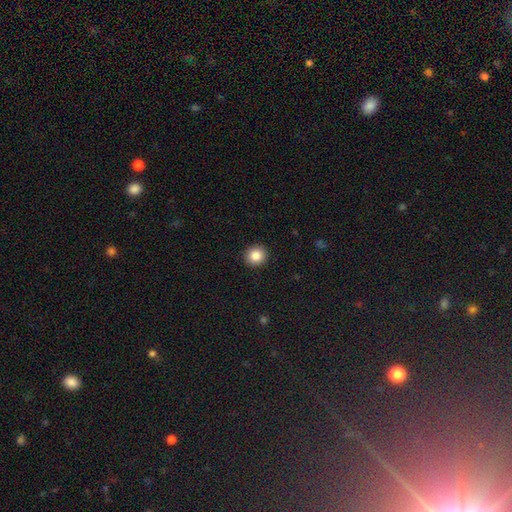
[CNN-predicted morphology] The model was most divided on "smooth or featured": smooth: 86%, star or artifact: 9%, featured or disk: 5%. More confident: merging — none (92%); how rounded — round (91%).